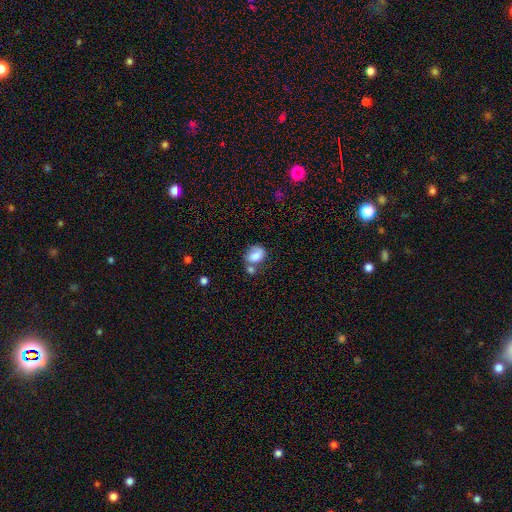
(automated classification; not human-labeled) smooth 75%, featured or disk 16%, star or artifact 9%. Down the decision tree: how rounded — in between (60%); merging — none (37%).